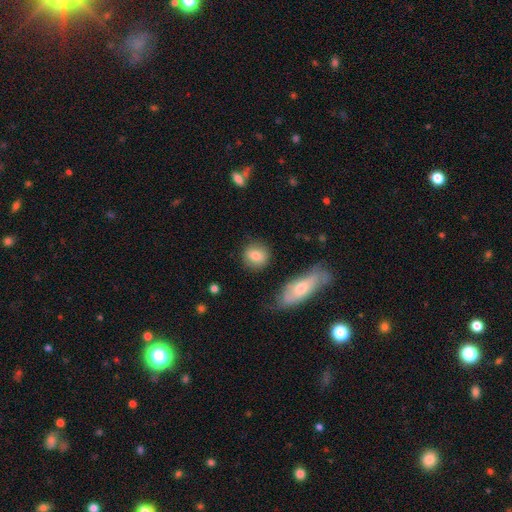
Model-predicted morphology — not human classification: smooth_or_featured: smooth (p=0.82) [alt: featured or disk p=0.11]
how_rounded: round (p=0.78) [alt: in between p=0.19]
merging: none (p=0.83) [alt: minor disturbance p=0.10]